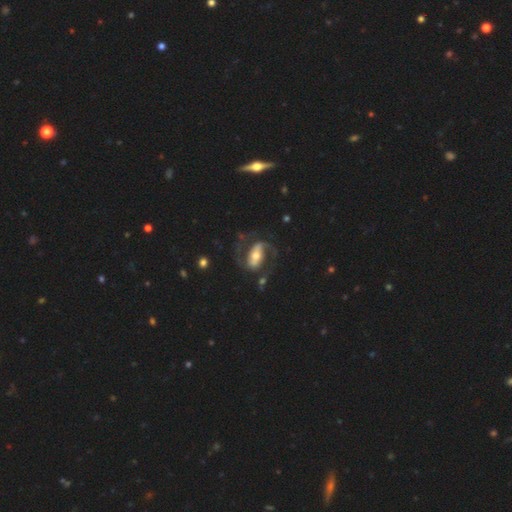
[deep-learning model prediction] A featured or disk galaxy (82%) with a strong bar (51%), 2 (90%) medium (52%) spiral arms (93%) and a moderate central bulge (57%).

Vote fractions:
- Smooth or featured? featured or disk: 82% / smooth: 12% / star or artifact: 5%
- Edge-on disk? no: 96% / yes: 4%
- Bar? strong: 51% / weak: 29% / no: 20%
- Spiral arms? yes: 93% / no: 7%
- Spiral winding? medium: 52% / loose: 33% / tight: 16%
- Spiral arm count? 2: 90% / 1: 4% / can't tell: 3% / 3: 1% / 4: 1% / more than 4: 1%
- Bulge size? moderate: 57% / small: 26% / large: 13% / none: 2% / dominant: 2%
- Merging? none: 63% / major disturbance: 18% / minor disturbance: 16% / merger: 3%